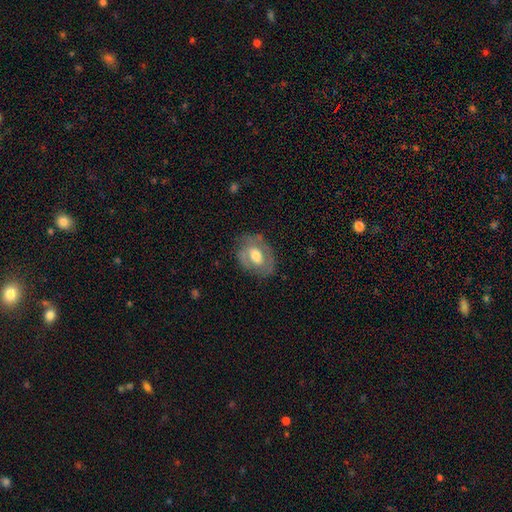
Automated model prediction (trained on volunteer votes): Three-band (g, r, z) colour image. It shows a featured or disk galaxy (49%). Merging: none (68%).